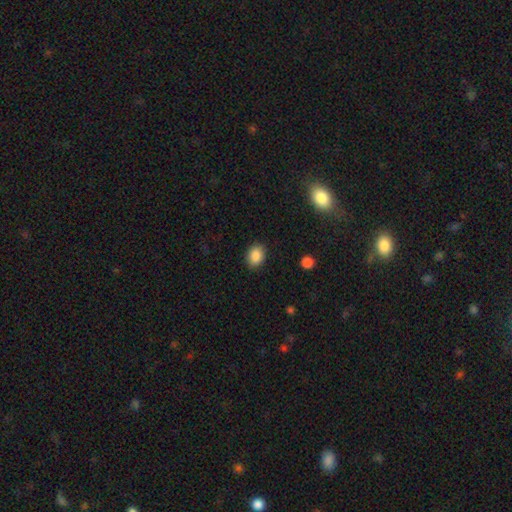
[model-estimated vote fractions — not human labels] Smooth or featured? smooth (87%)
How rounded? in between (67%)
Merging? none (87%)